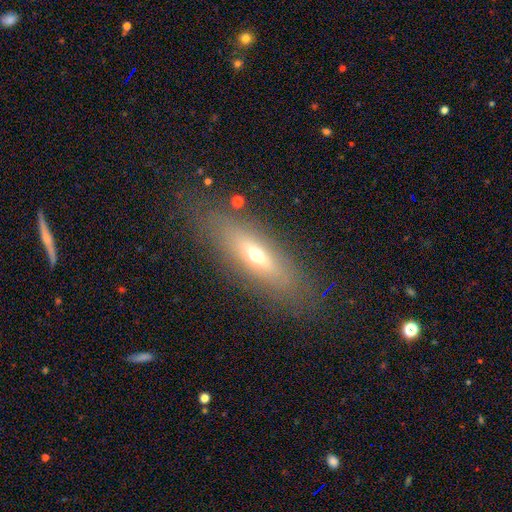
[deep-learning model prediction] A smooth galaxy with no disk features (49%). Merging: none (78%).